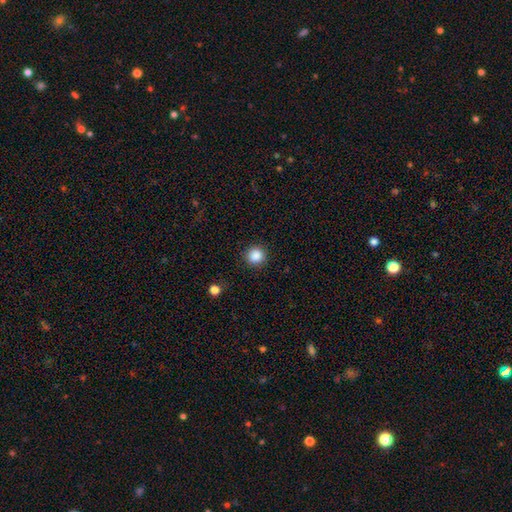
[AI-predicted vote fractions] Smooth or featured?
  - smooth: 87% *
  - star or artifact: 10%
  - featured or disk: 3%
How rounded?
  - round: 93% *
  - in between: 6%
  - cigar-shaped: 1%
Merging?
  - none: 91% *
  - minor disturbance: 6%
  - major disturbance: 2%
  - merger: 1%